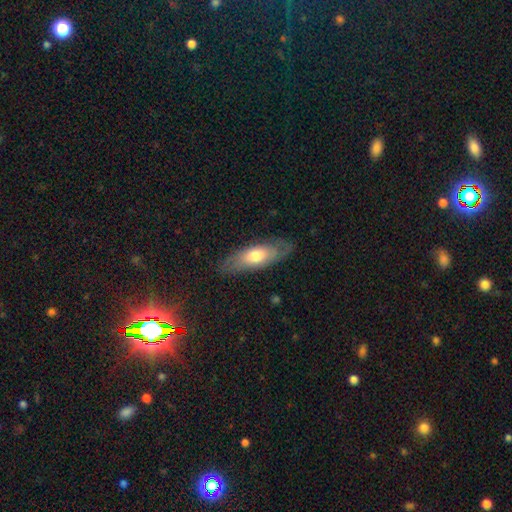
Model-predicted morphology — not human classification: Smooth or featured?
  - smooth: 59% *
  - featured or disk: 35%
  - star or artifact: 6%
How rounded?
  - in between: 67% *
  - cigar-shaped: 30%
  - round: 3%
Merging?
  - none: 78% *
  - minor disturbance: 16%
  - major disturbance: 5%
  - merger: 1%